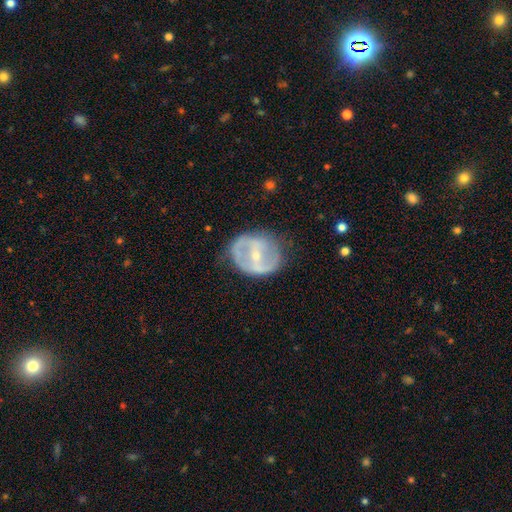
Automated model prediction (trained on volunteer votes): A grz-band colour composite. It shows a featured or disk galaxy (75%) with a strong bar (53%), spiral arms (53%) and a small central bulge (66%). Merging: none (66%).